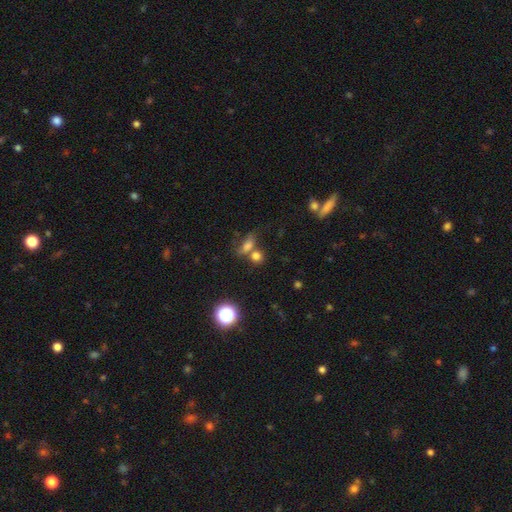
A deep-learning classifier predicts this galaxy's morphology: smooth 73%, star or artifact 18%, featured or disk 9%. Down the decision tree: how rounded — round (65%); merging — none (48%).